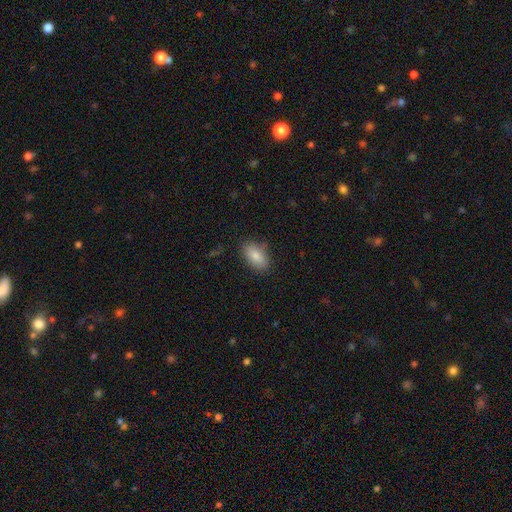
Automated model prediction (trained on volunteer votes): Overall: smooth (83%). How rounded: in between (91%). Merging: none (81%).